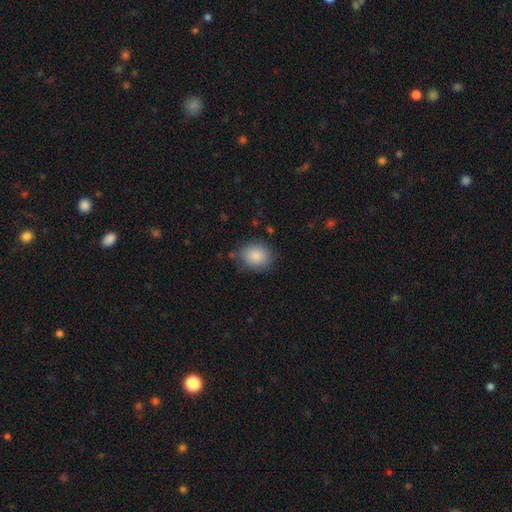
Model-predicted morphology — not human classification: Smooth or featured? Predicted: smooth (p=0.88). How rounded? Predicted: round (p=0.61). Merging? Predicted: none (p=0.78).